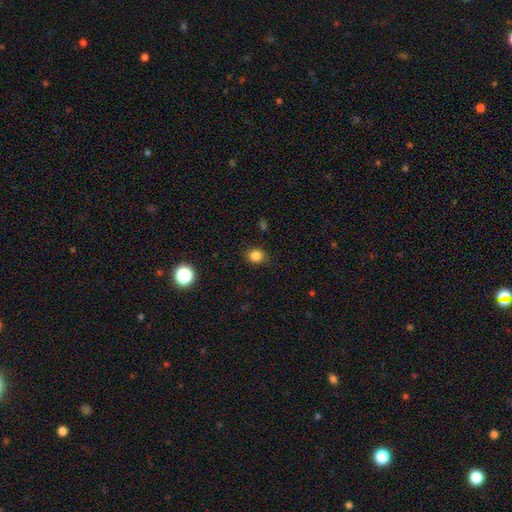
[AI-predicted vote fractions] Smooth or featured? Predicted: smooth (p=0.83). How rounded? Predicted: round (p=0.68). Merging? Predicted: none (p=0.83).